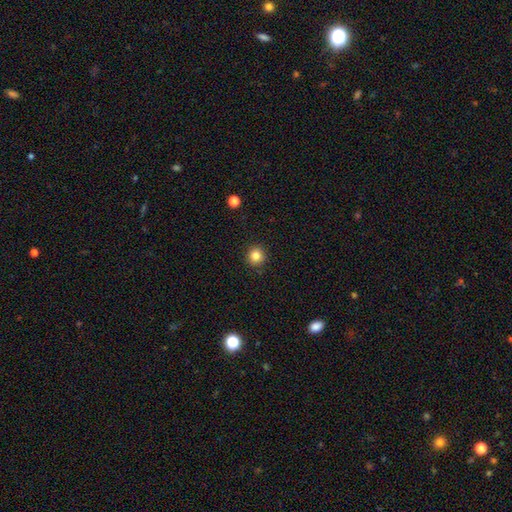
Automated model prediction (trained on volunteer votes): A smooth galaxy with no disk features (83%) that is round (93%).

Vote fractions:
- Smooth or featured? smooth: 83% / star or artifact: 12% / featured or disk: 5%
- How rounded? round: 93% / in between: 6% / cigar-shaped: 1%
- Merging? none: 91% / minor disturbance: 6% / major disturbance: 2% / merger: 1%